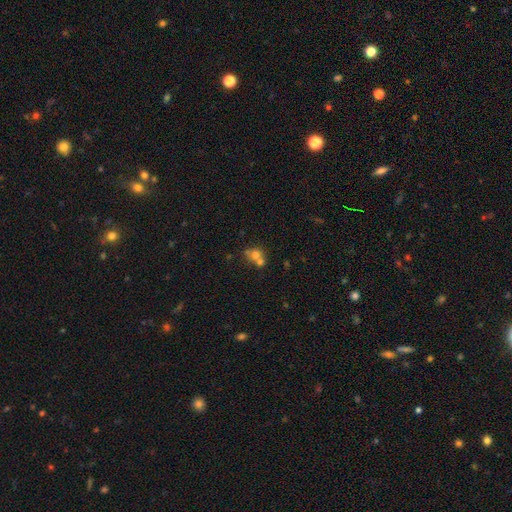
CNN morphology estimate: This is likely a smooth galaxy (65%). How rounded: likely round (77%). Merging: possibly merger (55%).